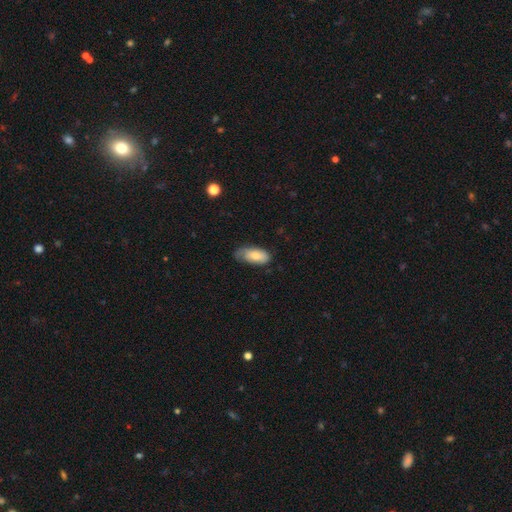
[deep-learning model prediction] A smooth galaxy with no disk features (75%) that is in between round and cigar-shaped (90%).

Vote fractions:
- Smooth or featured? smooth: 75% / featured or disk: 18% / star or artifact: 6%
- How rounded? in between: 90% / cigar-shaped: 7% / round: 3%
- Merging? none: 51% / minor disturbance: 37% / major disturbance: 10% / merger: 2%